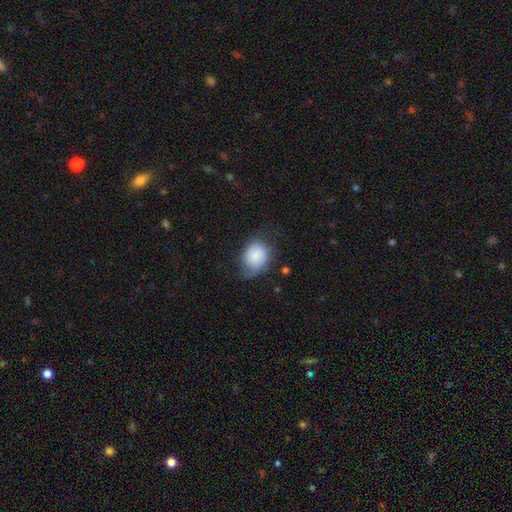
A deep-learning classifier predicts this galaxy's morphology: This appears to be a smooth galaxy with no disk features (72%) that is round (51%). Merging: none (47%).